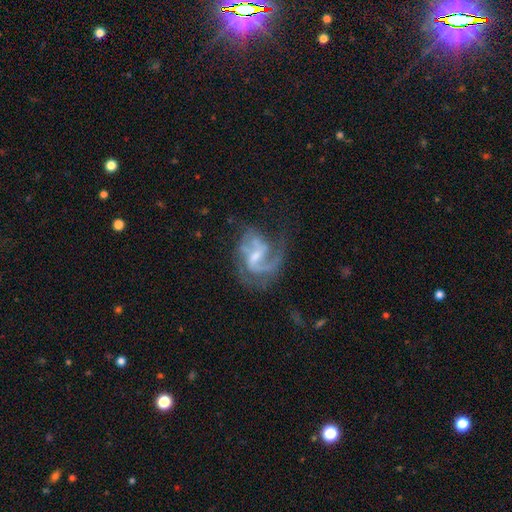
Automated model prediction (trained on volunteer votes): The model was most divided on "bulge size": small: 47%, moderate: 35%, none: 14%, large: 3%, dominant: 1%. Remaining: edge-on disk — no (98%); spiral arms — yes (93%); smooth or featured — featured or disk (86%); bar — weak (54%); spiral winding — medium (50%); spiral arm count — 2 (48%); merging — none (46%).